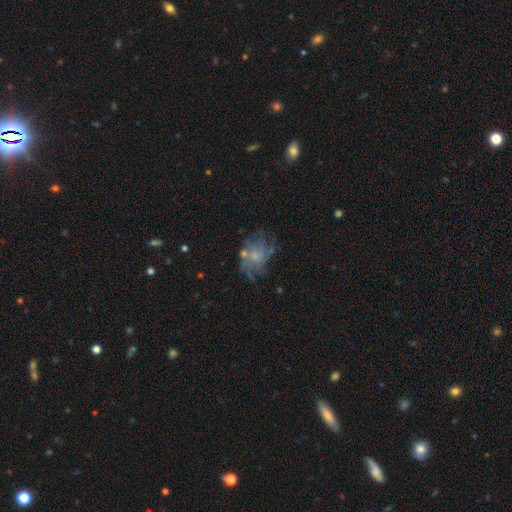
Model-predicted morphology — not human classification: A featured or disk galaxy (59%) with no bar (83%), spiral arms (59%) and a small central bulge (62%).

Vote fractions:
- Smooth or featured? featured or disk: 59% / smooth: 29% / star or artifact: 12%
- Edge-on disk? no: 98% / yes: 2%
- Bar? no: 83% / weak: 15% / strong: 2%
- Spiral arms? yes: 59% / no: 41%
- Bulge size? small: 62% / moderate: 19% / none: 15% / large: 2% / dominant: 1%
- Merging? none: 46% / major disturbance: 24% / minor disturbance: 22% / merger: 7%